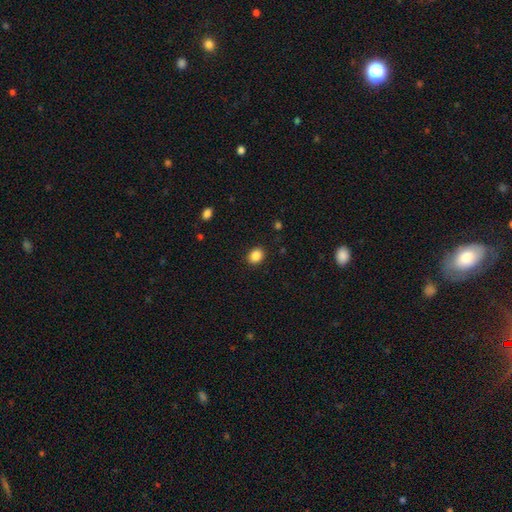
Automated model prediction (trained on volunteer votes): smooth-or-featured: smooth: 87% | star or artifact: 9% | featured or disk: 3%
  how-rounded: round: 50% | in between: 49% | cigar-shaped: 1%
  merging: none: 89% | minor disturbance: 7% | major disturbance: 2% | merger: 1%